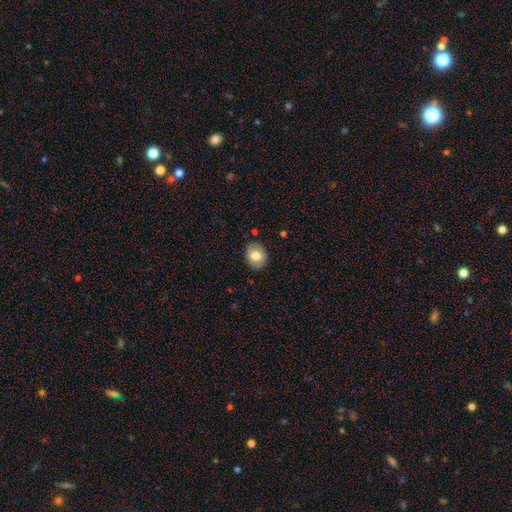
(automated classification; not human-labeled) This appears to be a smooth galaxy with no disk features (78%) that is in between round and cigar-shaped (55%). Merging: none (84%).